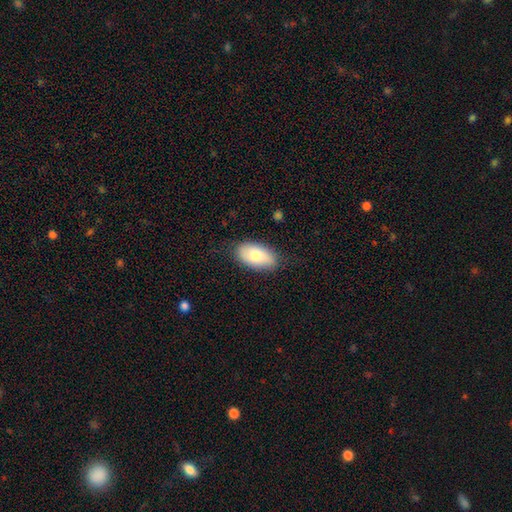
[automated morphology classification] Smooth or featured? Predicted: smooth (p=0.78). How rounded? Predicted: in between (p=0.94). Merging? Predicted: none (p=0.80).